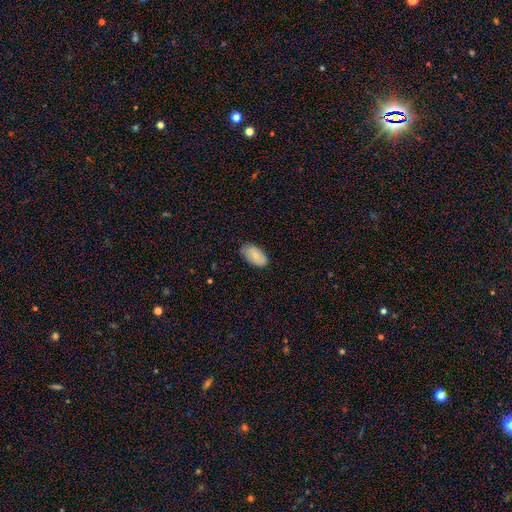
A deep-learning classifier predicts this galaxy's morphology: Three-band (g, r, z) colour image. It shows a smooth galaxy with no disk features (75%) that is in between round and cigar-shaped (94%). Merging: none (76%).